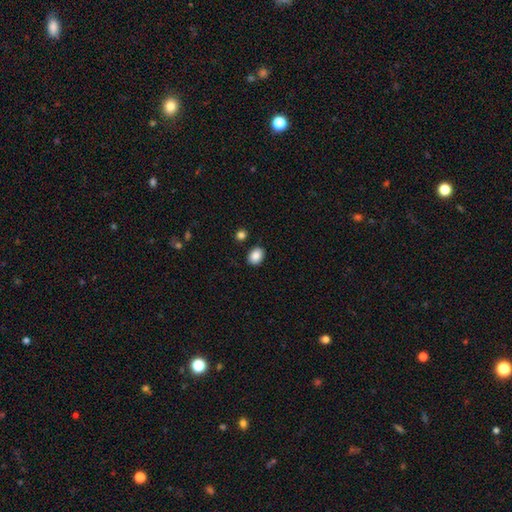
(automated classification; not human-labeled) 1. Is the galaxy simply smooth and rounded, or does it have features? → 88% smooth, 8% star or artifact, 4% featured or disk.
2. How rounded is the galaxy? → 67% in between, 32% round, 1% cigar-shaped.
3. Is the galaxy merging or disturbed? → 85% none, 10% minor disturbance, 3% merger, 2% major disturbance.